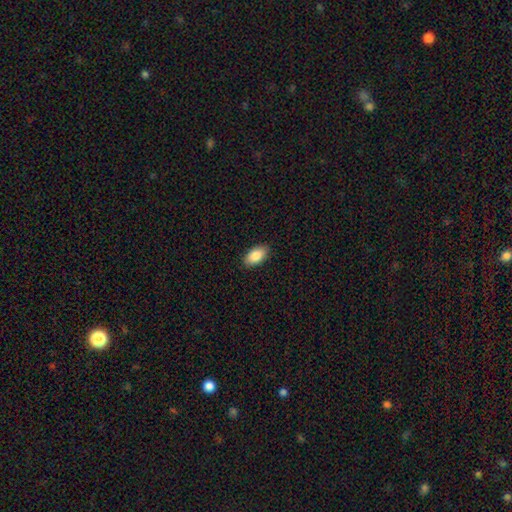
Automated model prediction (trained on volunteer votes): smooth-or-featured: smooth: 86% | featured or disk: 7% | star or artifact: 7%
  how-rounded: in between: 94% | round: 4% | cigar-shaped: 2%
  merging: none: 89% | minor disturbance: 8% | major disturbance: 2% | merger: 1%